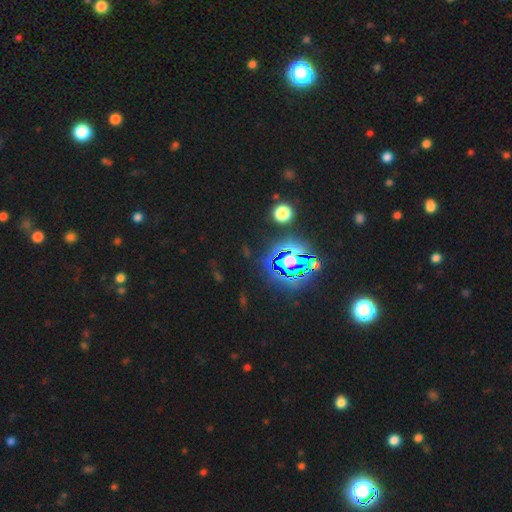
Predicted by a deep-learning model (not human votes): smooth_or_featured: star or artifact (p=0.81) [alt: smooth p=0.12]